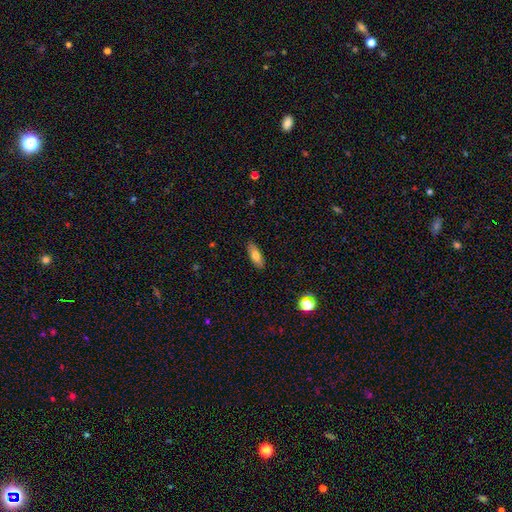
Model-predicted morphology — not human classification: smooth 72%, featured or disk 21%, star or artifact 7%. Down the decision tree: how rounded — in between (67%); merging — none (89%).